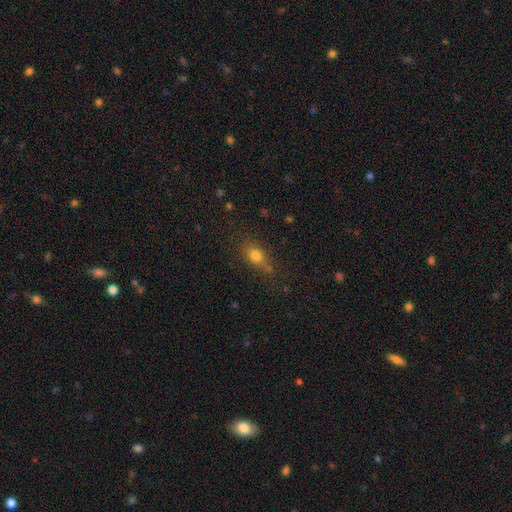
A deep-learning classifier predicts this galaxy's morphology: type=smooth (77%); roundness=in between (62%); merging=none (64%).